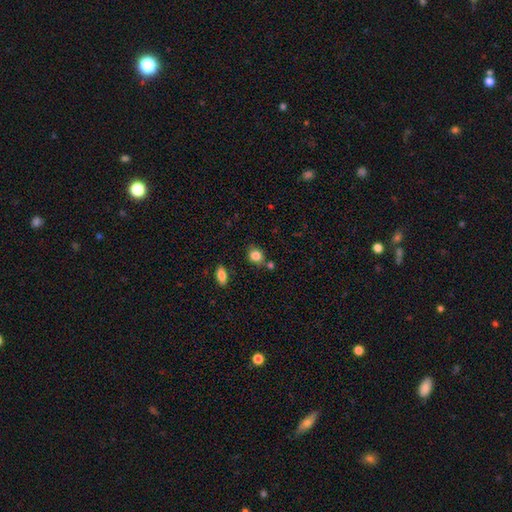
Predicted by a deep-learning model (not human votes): Smooth or featured? Predicted: smooth (p=0.85). How rounded? Predicted: round (p=0.72). Merging? Predicted: none (p=0.73).